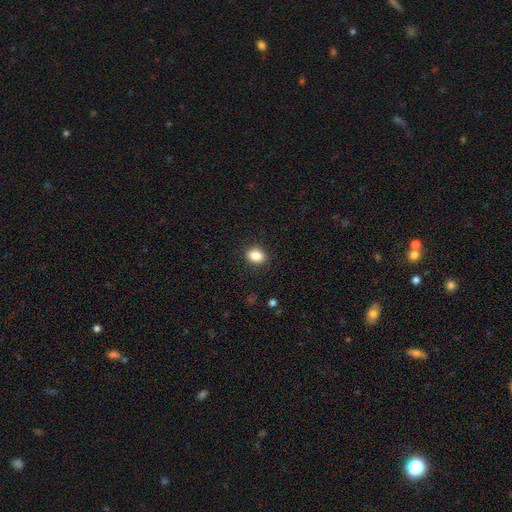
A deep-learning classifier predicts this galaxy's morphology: A smooth galaxy with no disk features (86%) that is in between round and cigar-shaped (51%). Merging: none (89%).